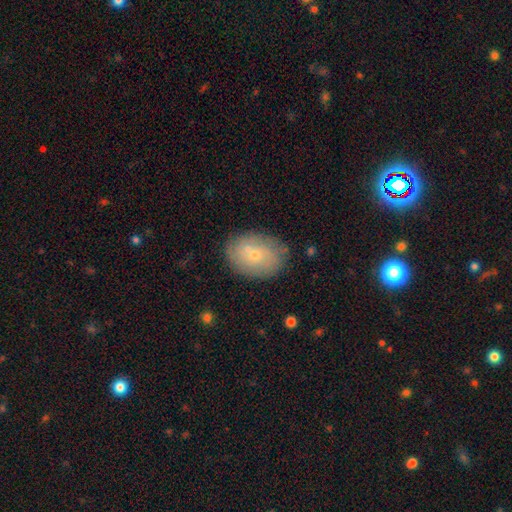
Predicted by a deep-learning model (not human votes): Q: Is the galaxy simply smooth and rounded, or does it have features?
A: smooth — 62%.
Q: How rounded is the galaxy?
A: in between — 79%.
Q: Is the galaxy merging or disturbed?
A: none — 74%.